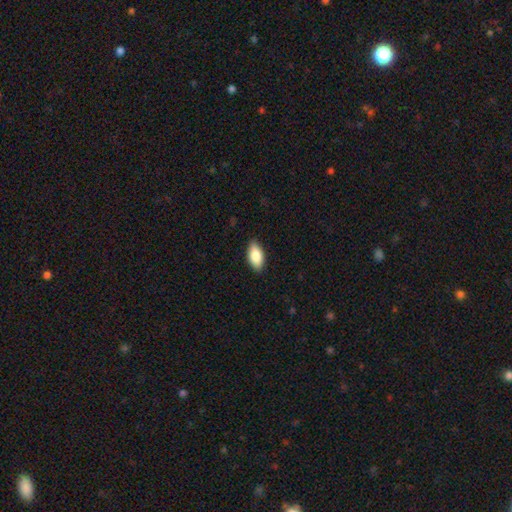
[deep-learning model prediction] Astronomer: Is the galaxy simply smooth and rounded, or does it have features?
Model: smooth — 84%.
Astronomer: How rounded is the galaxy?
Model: in between — 92%.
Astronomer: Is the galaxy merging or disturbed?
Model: none — 87%.